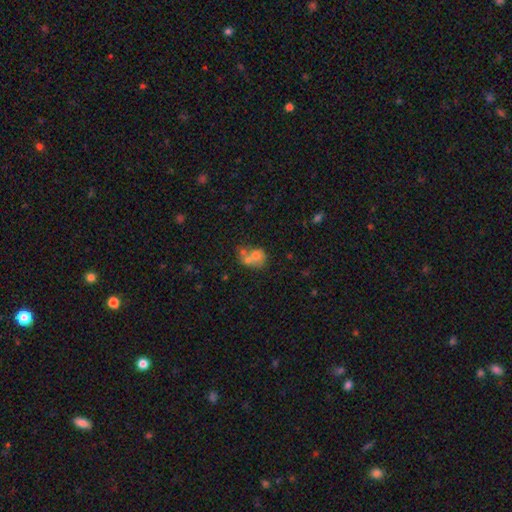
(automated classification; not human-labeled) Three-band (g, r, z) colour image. It shows a smooth galaxy with no disk features (64%) that is round (61%). Merging: merger (63%).